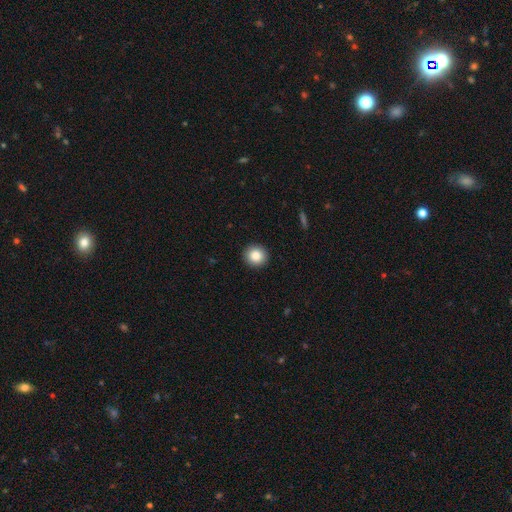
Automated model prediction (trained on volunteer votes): A smooth galaxy with no disk features (86%) that is round (90%). Merging: none (93%).